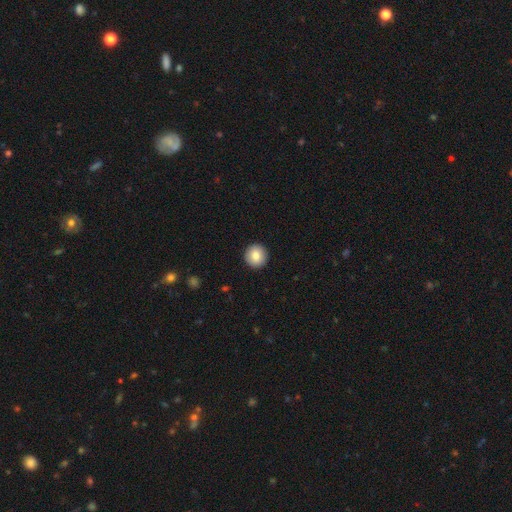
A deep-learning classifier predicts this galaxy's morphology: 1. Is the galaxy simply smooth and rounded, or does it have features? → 84% smooth, 9% featured or disk, 8% star or artifact.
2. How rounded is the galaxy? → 95% round, 4% in between, 1% cigar-shaped.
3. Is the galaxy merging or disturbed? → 93% none, 4% minor disturbance, 1% major disturbance, 1% merger.